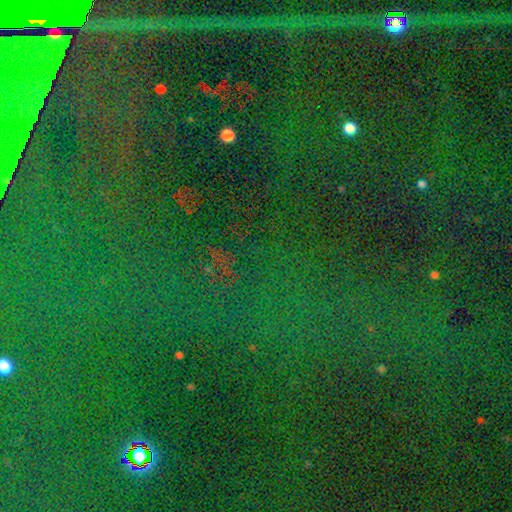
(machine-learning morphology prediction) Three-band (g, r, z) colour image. It shows a star or artifact, not a galaxy (80%).